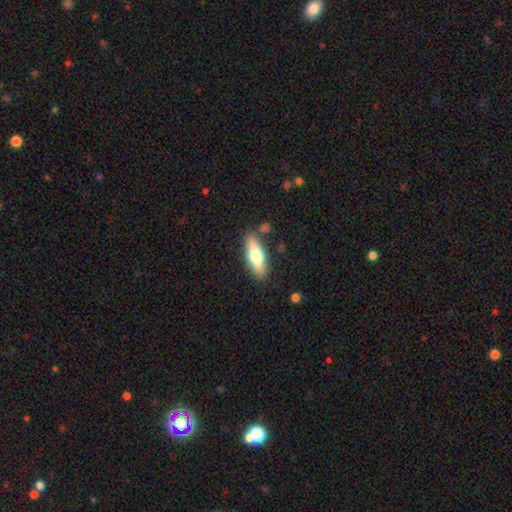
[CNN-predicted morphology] Smooth or featured? smooth (57%)
How rounded? in between (51%)
Merging? none (83%)